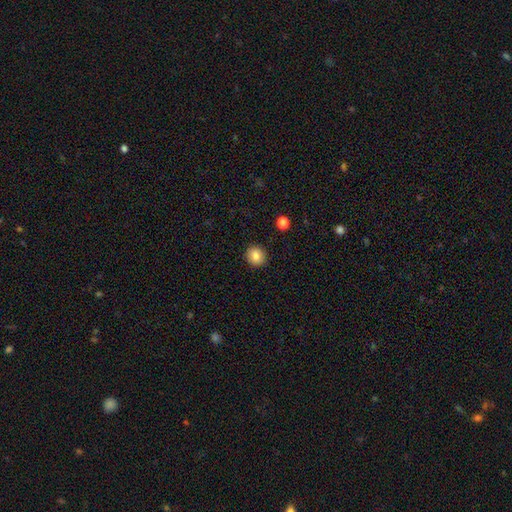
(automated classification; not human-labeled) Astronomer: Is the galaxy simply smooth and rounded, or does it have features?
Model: smooth — 84%.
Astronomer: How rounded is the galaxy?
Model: round — 88%.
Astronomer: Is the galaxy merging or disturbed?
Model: none — 91%.